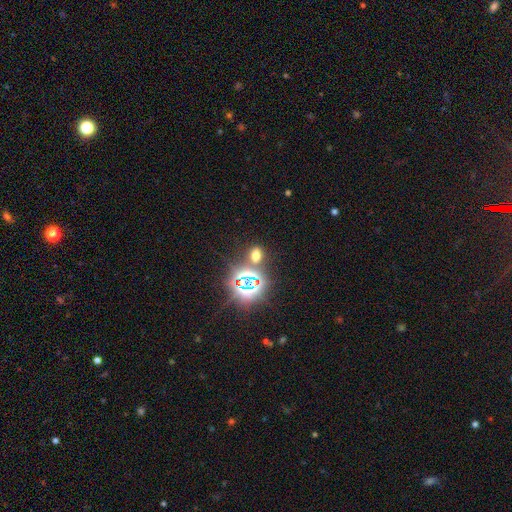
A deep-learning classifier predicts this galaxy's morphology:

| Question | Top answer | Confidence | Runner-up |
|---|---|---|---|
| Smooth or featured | smooth | 48% | star or artifact (44%) |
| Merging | none | 75% | merger (11%) |